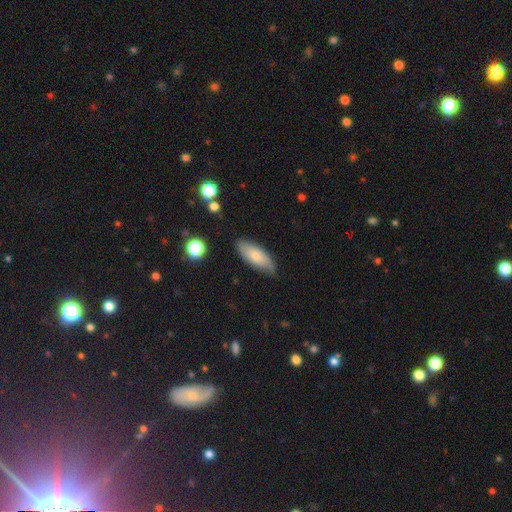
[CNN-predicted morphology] This appears to be a smooth galaxy with no disk features (76%) that is in between round and cigar-shaped (79%). Merging: none (79%).